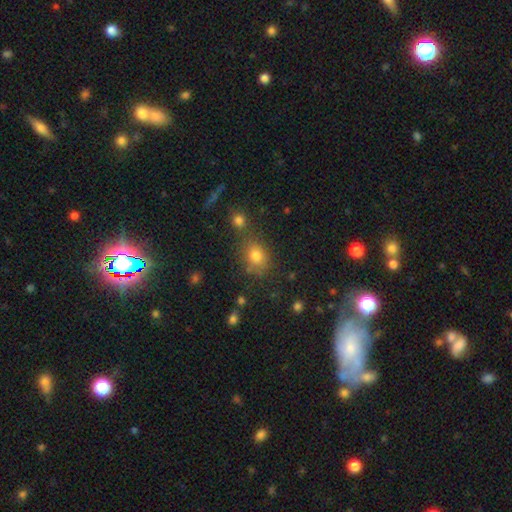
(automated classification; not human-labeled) The model was most divided on "how rounded": round: 51%, in between: 47%, cigar-shaped: 1%. More confident: smooth or featured — smooth (76%); merging — none (65%).